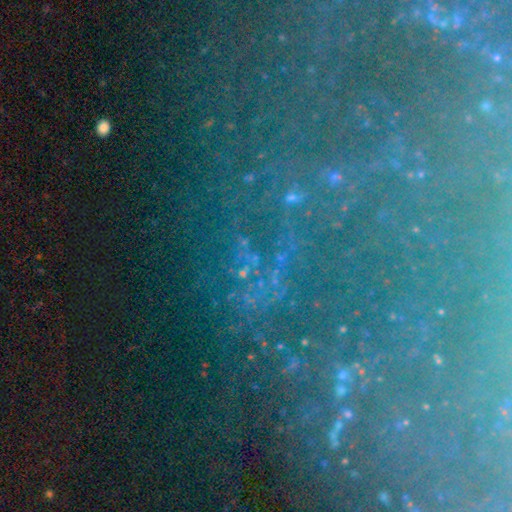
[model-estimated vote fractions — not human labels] A star or artifact, not a galaxy (76%).